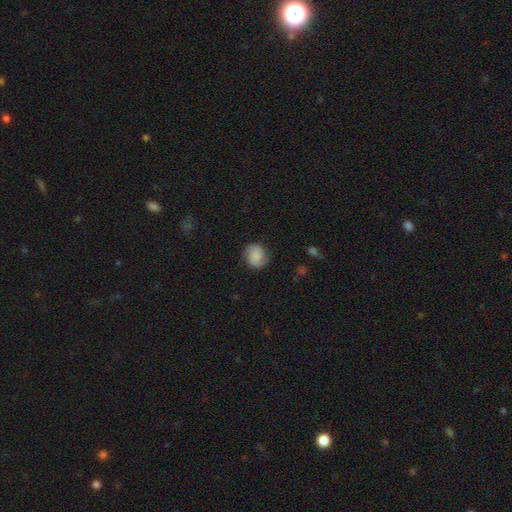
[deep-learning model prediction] smooth 49%, featured or disk 41%, star or artifact 10%. Down the decision tree: merging — none (81%).